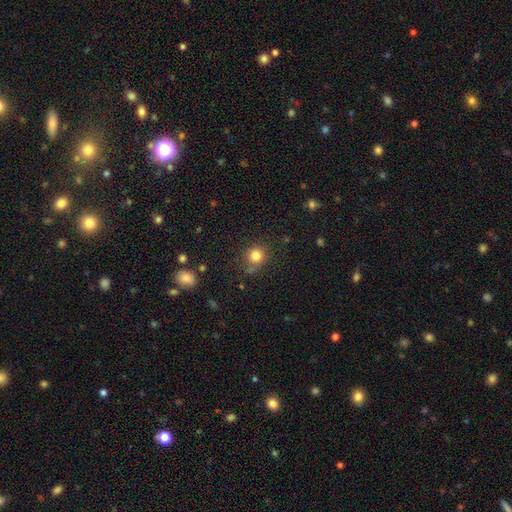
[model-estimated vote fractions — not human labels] smooth_or_featured: smooth (p=0.82) [alt: star or artifact p=0.12]
how_rounded: round (p=0.85) [alt: in between p=0.14]
merging: none (p=0.74) [alt: minor disturbance p=0.16]